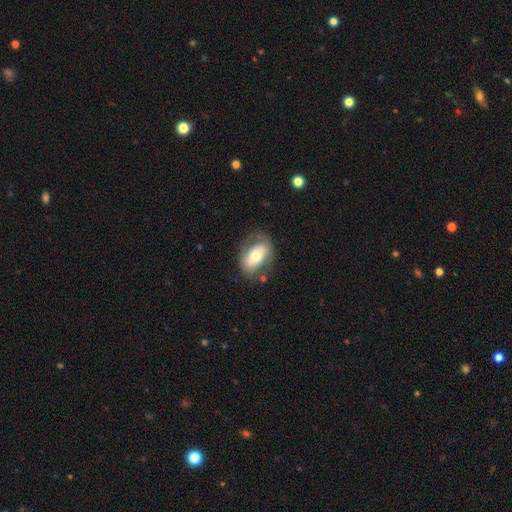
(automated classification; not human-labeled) Overall: smooth (57%; featured or disk 36%). How rounded: in between (87%). Merging: none (65%).